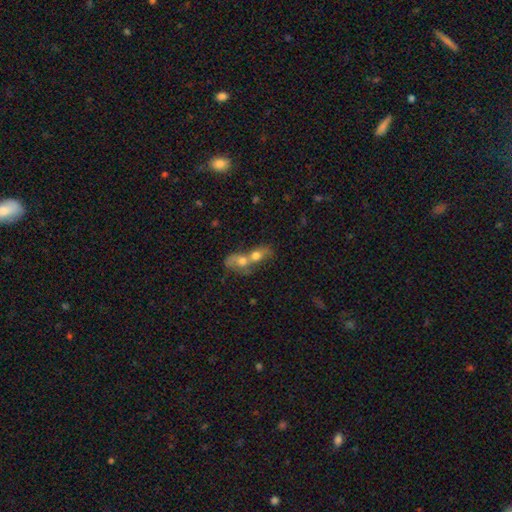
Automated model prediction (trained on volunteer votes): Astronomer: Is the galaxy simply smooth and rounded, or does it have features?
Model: smooth — 62%.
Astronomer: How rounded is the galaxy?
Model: in between — 58% (runner-up: round, 37%).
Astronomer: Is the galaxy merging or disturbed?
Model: merger — 82%.